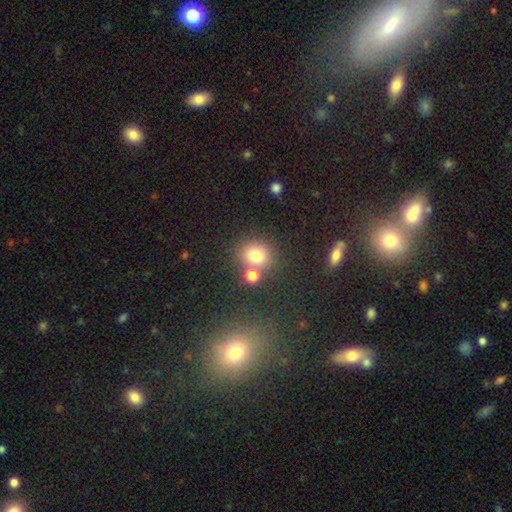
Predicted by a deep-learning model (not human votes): Smooth or featured? smooth (75%)
How rounded? round (78%)
Merging? none (61%)